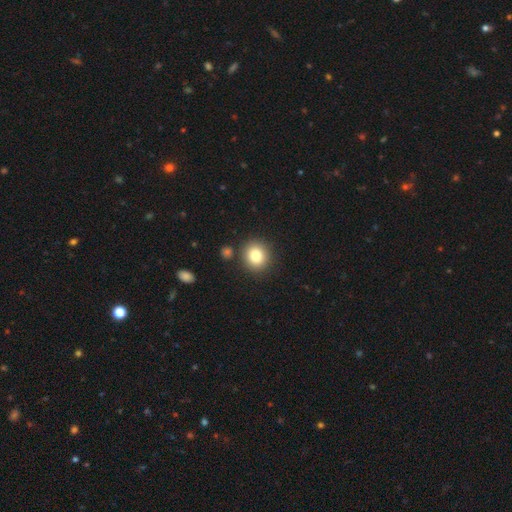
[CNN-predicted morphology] This is clearly a smooth galaxy (81%). How rounded: clearly round (86%). Merging: clearly none (86%).